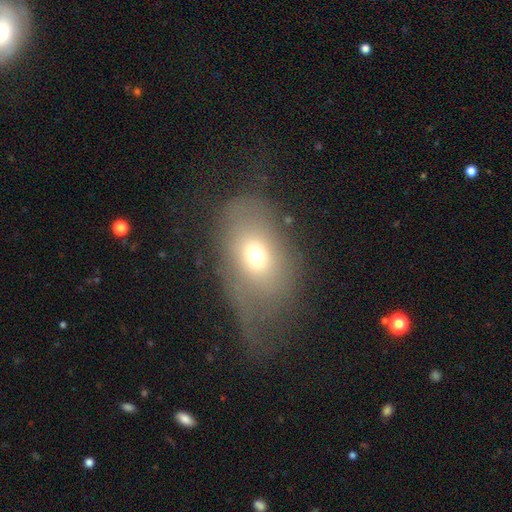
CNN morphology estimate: Smooth or featured? Predicted: smooth (p=0.63). How rounded? Predicted: in between (p=0.78). Merging? Predicted: major disturbance (p=0.41).